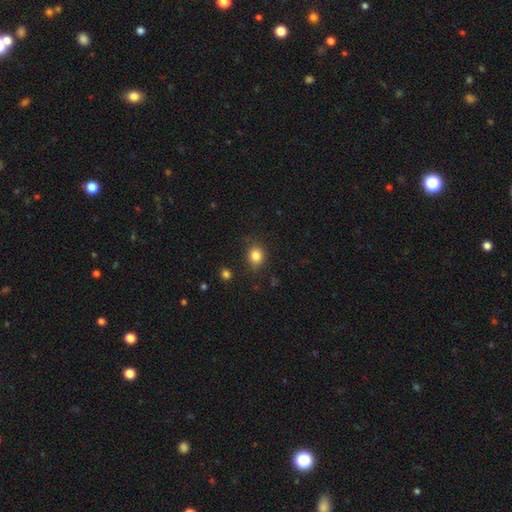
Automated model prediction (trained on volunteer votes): smooth_or_featured: smooth (p=0.83) [alt: star or artifact p=0.11]
how_rounded: round (p=0.66) [alt: in between p=0.34]
merging: none (p=0.81) [alt: minor disturbance p=0.14]